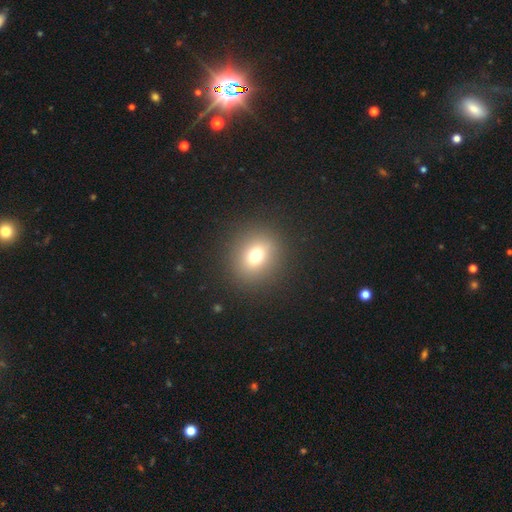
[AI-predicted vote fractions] This is likely a smooth galaxy (72%). How rounded: likely round (79%). Merging: clearly none (89%).